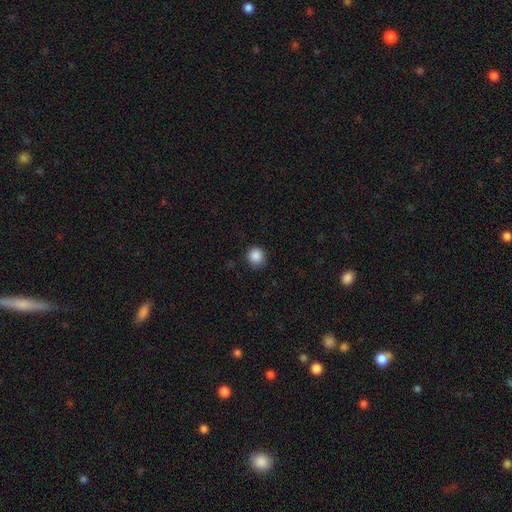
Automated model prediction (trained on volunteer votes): This appears to be a smooth galaxy with no disk features (88%) that is round (90%). Merging: none (88%).